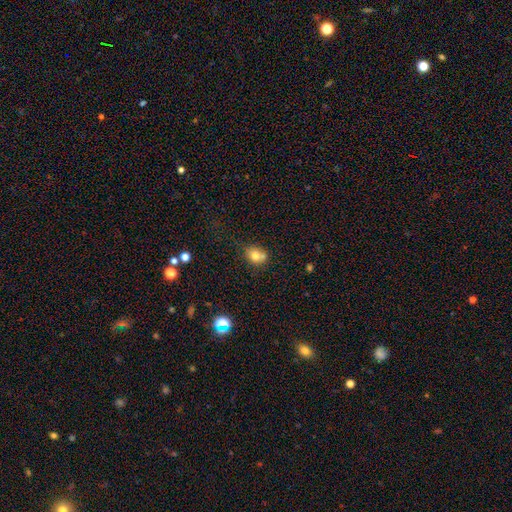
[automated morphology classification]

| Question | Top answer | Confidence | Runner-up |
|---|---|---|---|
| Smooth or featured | smooth | 76% | featured or disk (12%) |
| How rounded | round | 61% | in between (38%) |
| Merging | none | 52% | merger (28%) |